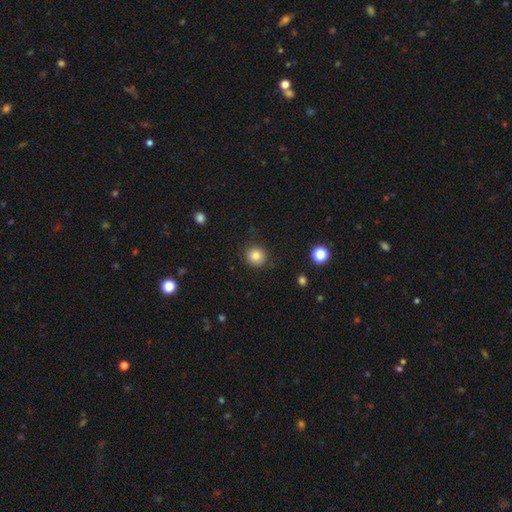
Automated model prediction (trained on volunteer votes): Overall: smooth (82%). How rounded: round (90%). Merging: none (86%).